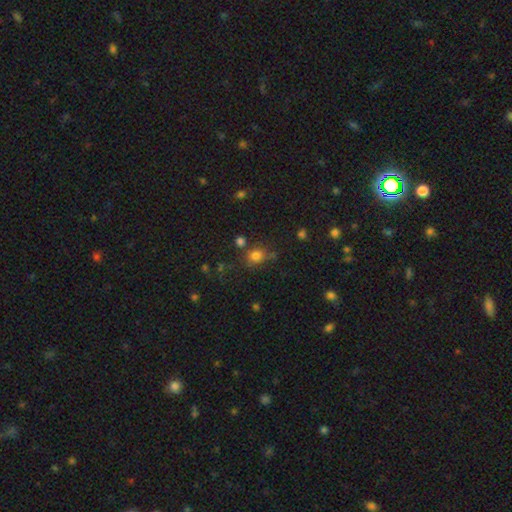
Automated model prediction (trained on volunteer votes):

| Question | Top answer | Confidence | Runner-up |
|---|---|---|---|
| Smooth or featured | smooth | 77% | star or artifact (16%) |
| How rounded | round | 67% | in between (32%) |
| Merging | none | 65% | minor disturbance (17%) |